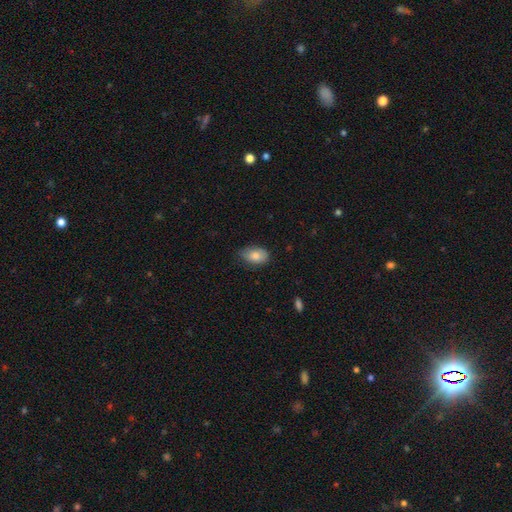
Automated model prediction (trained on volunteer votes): This is clearly a smooth galaxy (83%). How rounded: clearly in between (90%). Merging: likely none (70%).